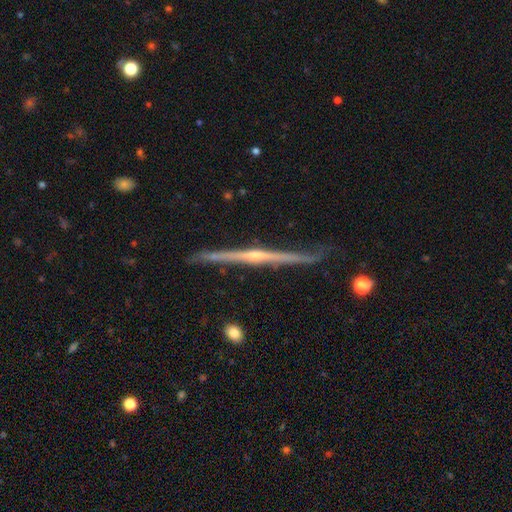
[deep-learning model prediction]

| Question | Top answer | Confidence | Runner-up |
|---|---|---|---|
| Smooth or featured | featured or disk | 87% | smooth (8%) |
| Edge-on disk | yes | 98% | no (2%) |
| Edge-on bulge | rounded | 78% | none (18%) |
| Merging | none | 82% | minor disturbance (14%) |